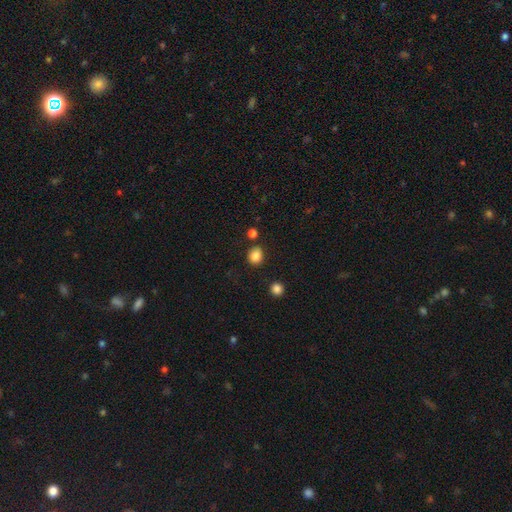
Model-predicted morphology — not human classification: smooth 86%, star or artifact 11%, featured or disk 4%. Down the decision tree: how rounded — round (62%); merging — none (81%).